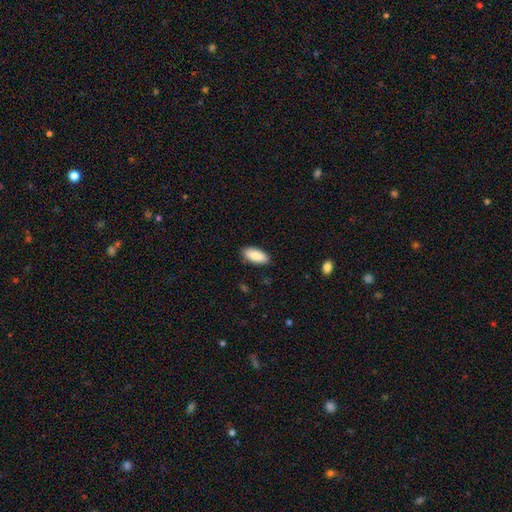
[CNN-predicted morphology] Smooth or featured? smooth (87%)
How rounded? in between (87%)
Merging? none (87%)